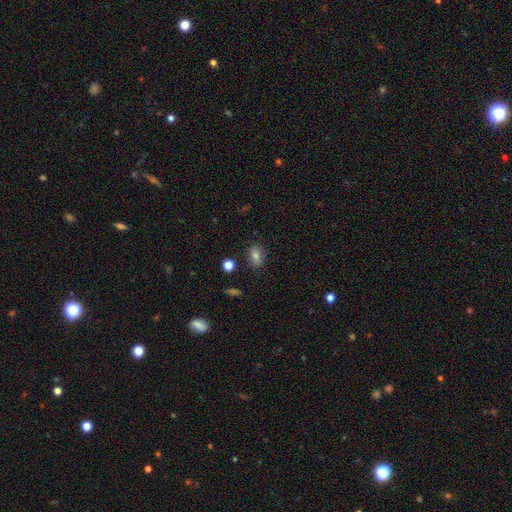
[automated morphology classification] smooth 78%, featured or disk 11%, star or artifact 11%. Down the decision tree: how rounded — in between (74%); merging — none (85%).